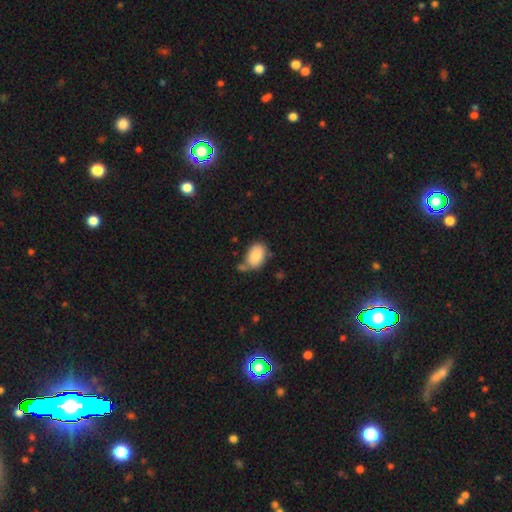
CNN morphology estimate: Q: Smooth or featured?
A: smooth (87%); runner-up: star or artifact (7%)
Q: How rounded?
A: in between (87%); runner-up: round (11%)
Q: Merging?
A: none (58%); runner-up: minor disturbance (21%)